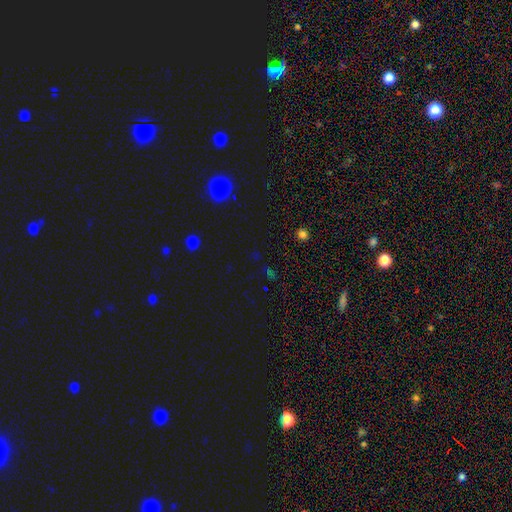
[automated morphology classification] star or artifact 65%, smooth 27%, featured or disk 8%.